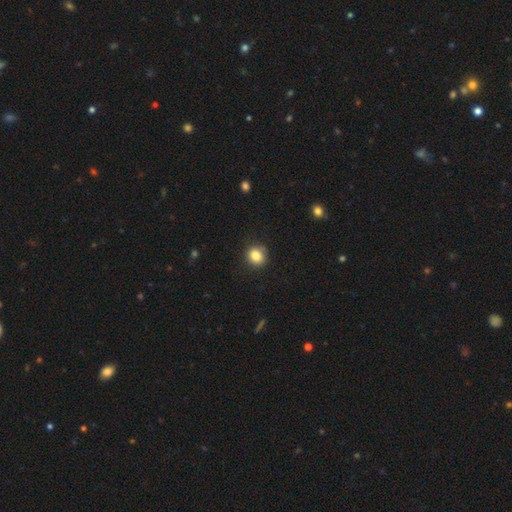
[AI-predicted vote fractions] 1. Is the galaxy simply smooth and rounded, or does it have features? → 84% smooth, 10% star or artifact, 6% featured or disk.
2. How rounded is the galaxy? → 80% round, 19% in between, 1% cigar-shaped.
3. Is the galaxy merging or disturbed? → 83% none, 13% minor disturbance, 3% major disturbance, 1% merger.